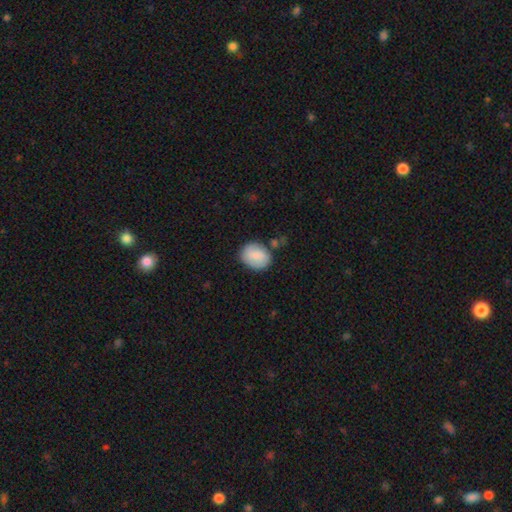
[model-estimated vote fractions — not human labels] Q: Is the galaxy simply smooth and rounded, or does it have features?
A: smooth — 85%.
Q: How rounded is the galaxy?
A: in between — 56%.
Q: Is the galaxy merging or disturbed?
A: none — 73%.